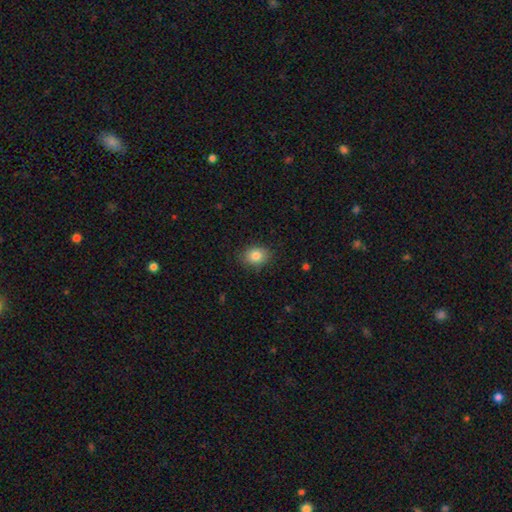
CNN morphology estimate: The model was most divided on "how rounded": in between: 50%, round: 49%, cigar-shaped: 1%. More confident: merging — none (85%); smooth or featured — smooth (83%).